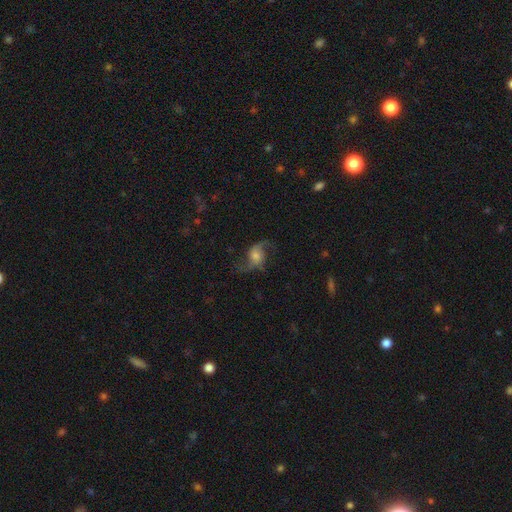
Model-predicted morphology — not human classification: type=featured or disk (76%); edge-on=no (96%); bar=no (61%); spiral arms=yes (93%); winding=loose (79%); arm count=2 (92%); bulge=moderate (47%); merging=none (68%).